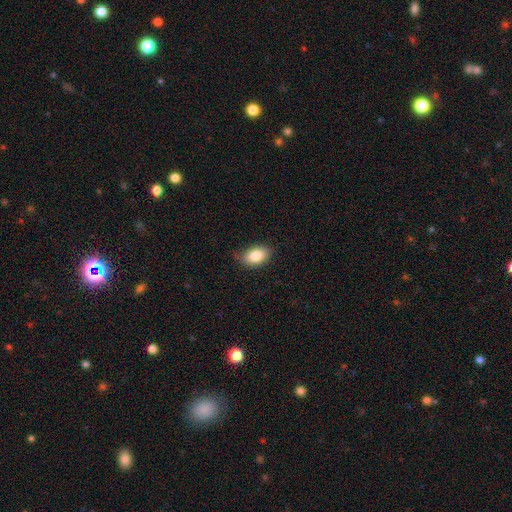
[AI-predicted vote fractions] This is clearly a smooth galaxy (85%). How rounded: clearly in between (89%). Merging: likely none (75%).